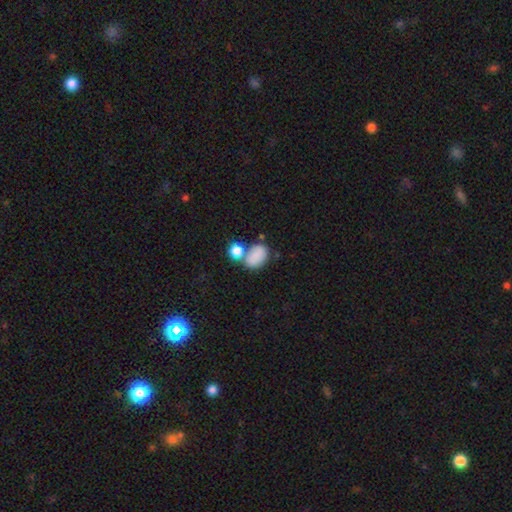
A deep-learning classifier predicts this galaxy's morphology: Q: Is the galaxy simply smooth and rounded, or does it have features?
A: smooth — 81%.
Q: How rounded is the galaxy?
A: in between — 78%.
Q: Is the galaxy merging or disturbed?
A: none — 44%.